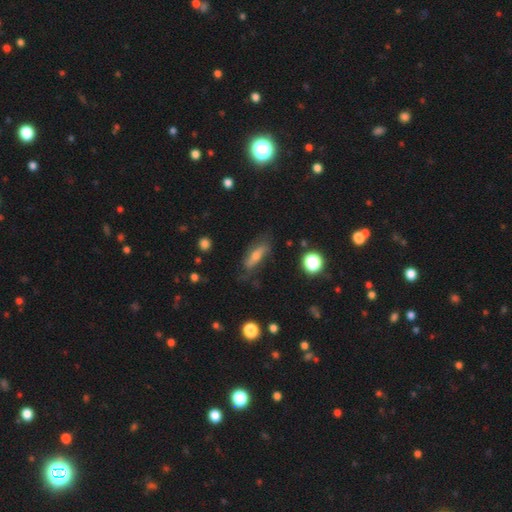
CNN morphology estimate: Overall: featured or disk (48%; smooth 41%). Merging: none (65%).